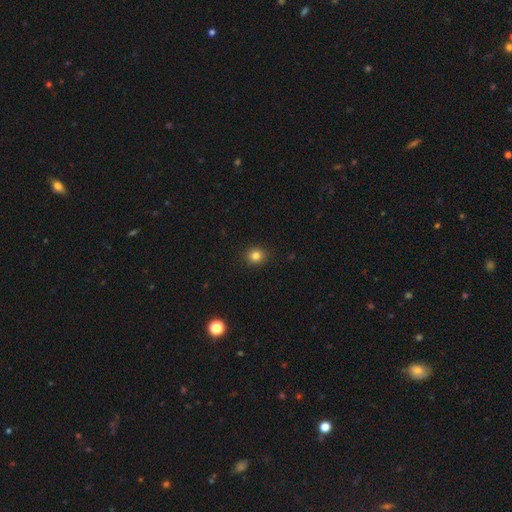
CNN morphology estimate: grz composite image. It shows a smooth galaxy with no disk features (83%) that is round (84%). Merging: none (91%).